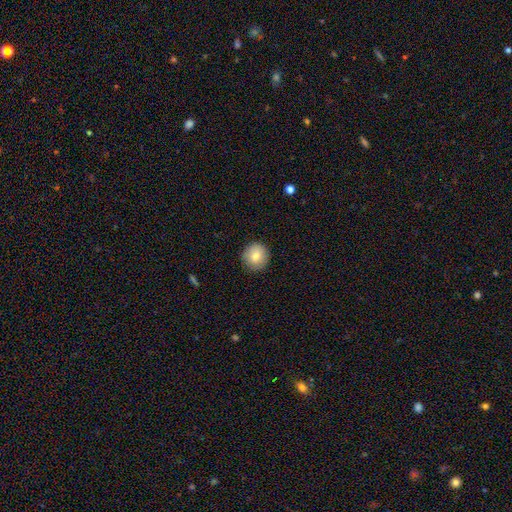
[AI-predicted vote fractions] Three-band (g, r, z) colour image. It shows a smooth galaxy with no disk features (79%) that is round (92%). Merging: none (89%).